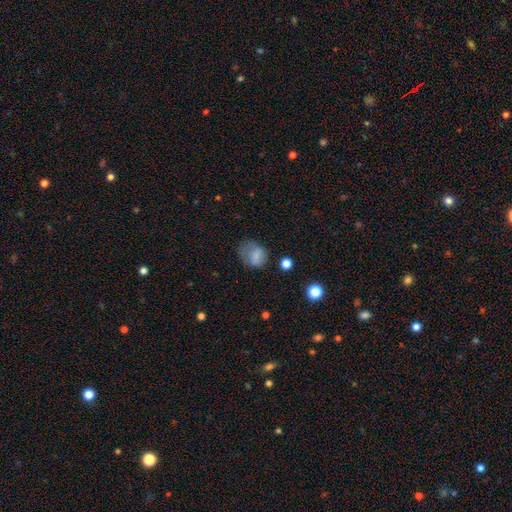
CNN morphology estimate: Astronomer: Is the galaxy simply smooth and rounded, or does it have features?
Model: smooth — 74%.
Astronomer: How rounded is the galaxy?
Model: in between — 53% (runner-up: round, 46%).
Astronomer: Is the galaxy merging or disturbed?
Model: none — 45% (runner-up: minor disturbance, 29%).